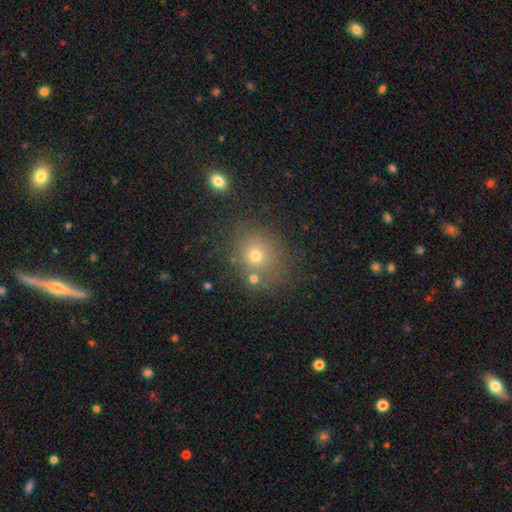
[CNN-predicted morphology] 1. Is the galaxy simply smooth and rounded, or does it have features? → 70% smooth, 18% star or artifact, 12% featured or disk.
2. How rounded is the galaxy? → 72% round, 27% in between, 1% cigar-shaped.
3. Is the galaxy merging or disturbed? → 72% none, 12% minor disturbance, 11% merger, 5% major disturbance.